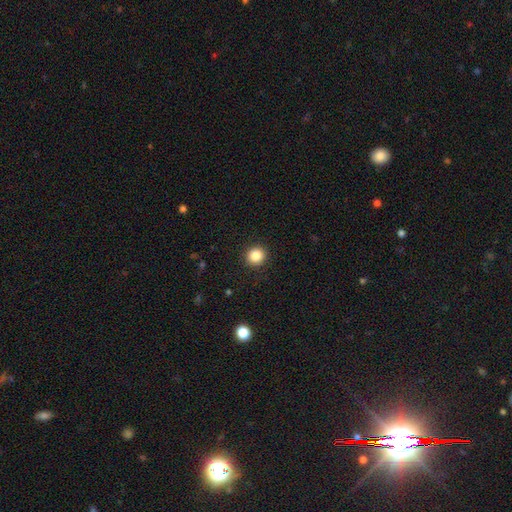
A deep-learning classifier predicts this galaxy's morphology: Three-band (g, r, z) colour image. It shows a smooth galaxy with no disk features (86%) that is round (92%). Merging: none (91%).